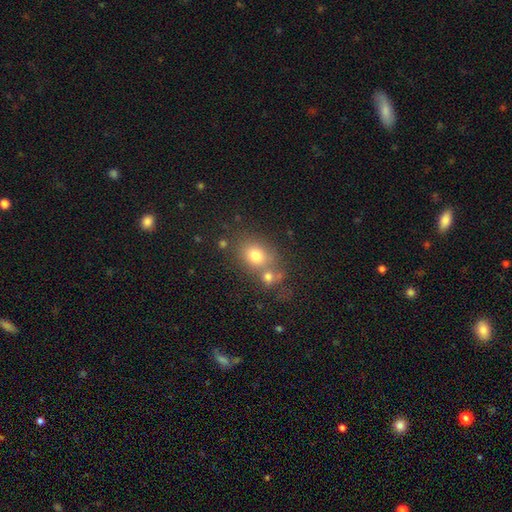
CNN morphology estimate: smooth 74%, star or artifact 14%, featured or disk 12%. Down the decision tree: how rounded — round (52%); merging — none (53%).